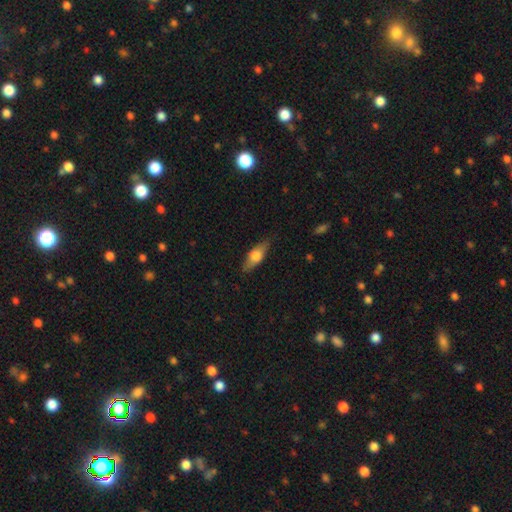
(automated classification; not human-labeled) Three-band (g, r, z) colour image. It shows a smooth galaxy with no disk features (56%) that is in between round and cigar-shaped (62%). Merging: none (82%).